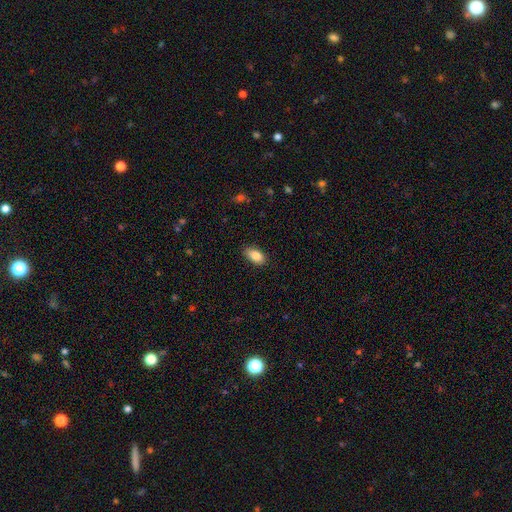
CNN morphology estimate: Q: Smooth or featured?
A: smooth (85%); runner-up: star or artifact (8%)
Q: How rounded?
A: in between (92%); runner-up: round (4%)
Q: Merging?
A: none (87%); runner-up: minor disturbance (10%)